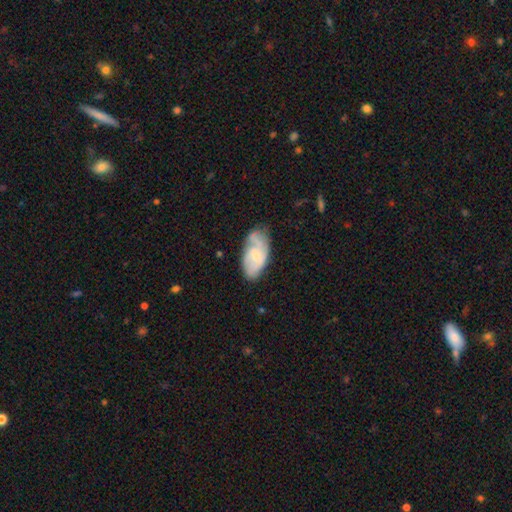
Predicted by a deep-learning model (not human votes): A featured or disk galaxy (61%) with no bar (56%), 2 (42%) medium (43%) spiral arms (86%) and a small central bulge (61%).

Vote fractions:
- Smooth or featured? featured or disk: 61% / smooth: 33% / star or artifact: 6%
- Edge-on disk? no: 95% / yes: 5%
- Bar? no: 56% / weak: 37% / strong: 7%
- Spiral arms? yes: 86% / no: 14%
- Spiral winding? medium: 43% / tight: 40% / loose: 18%
- Spiral arm count? 2: 42% / can't tell: 30% / 3: 15% / 1: 7% / 4: 3% / more than 4: 2%
- Bulge size? small: 61% / moderate: 26% / none: 11% / large: 2% / dominant: 1%
- Merging? none: 59% / minor disturbance: 29% / major disturbance: 10% / merger: 3%